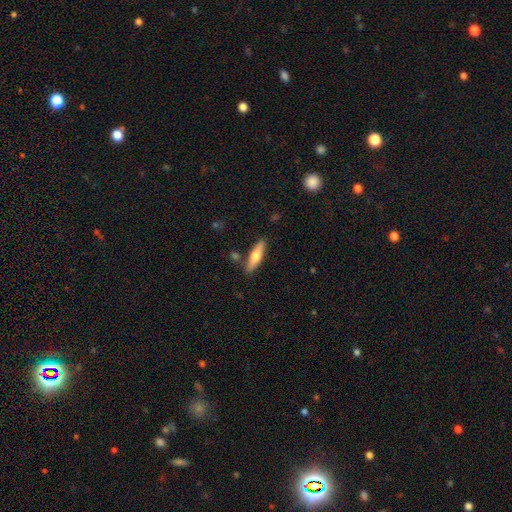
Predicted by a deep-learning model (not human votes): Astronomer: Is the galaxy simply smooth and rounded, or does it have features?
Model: smooth — 58% (runner-up: featured or disk, 36%).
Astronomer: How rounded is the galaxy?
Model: cigar-shaped — 70%.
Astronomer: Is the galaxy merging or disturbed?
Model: none — 82%.